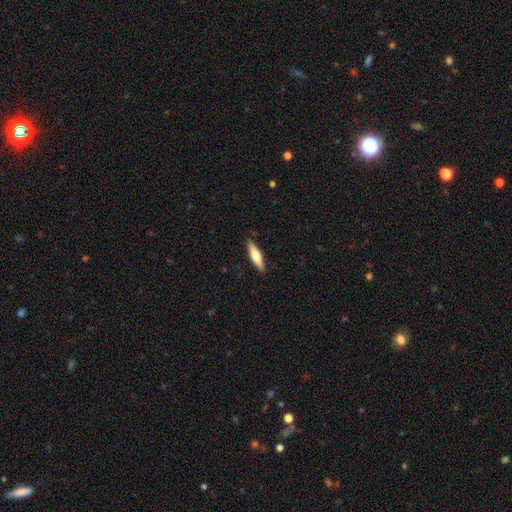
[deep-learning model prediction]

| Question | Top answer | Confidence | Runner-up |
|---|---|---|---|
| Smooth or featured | smooth | 55% | featured or disk (40%) |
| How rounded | cigar-shaped | 74% | in between (25%) |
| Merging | none | 89% | minor disturbance (8%) |